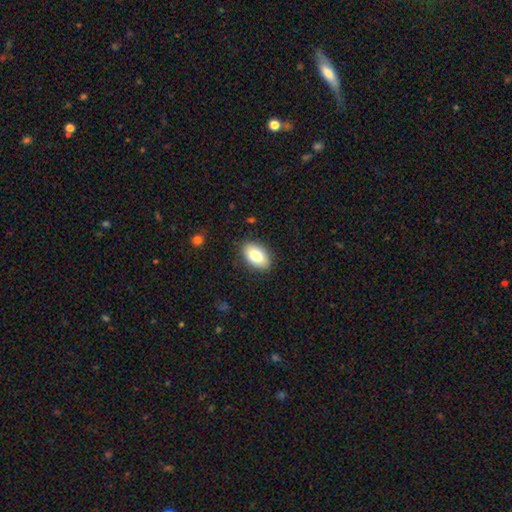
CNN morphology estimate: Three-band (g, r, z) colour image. It shows a smooth galaxy with no disk features (81%) that is in between round and cigar-shaped (92%). Merging: none (87%).